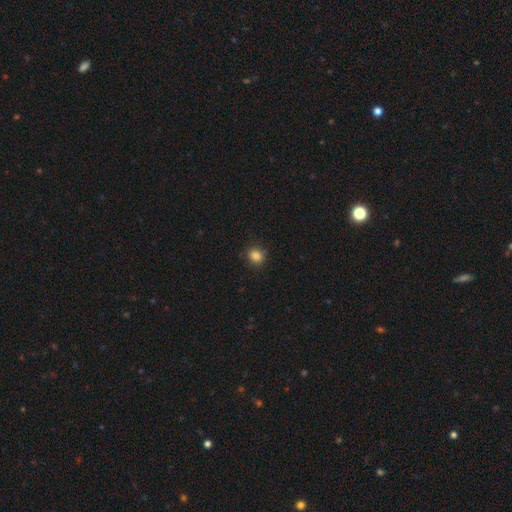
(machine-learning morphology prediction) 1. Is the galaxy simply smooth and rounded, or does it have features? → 84% smooth, 12% star or artifact, 4% featured or disk.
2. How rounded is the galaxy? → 75% round, 24% in between, 1% cigar-shaped.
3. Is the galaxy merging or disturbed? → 87% none, 10% minor disturbance, 2% major disturbance, 1% merger.